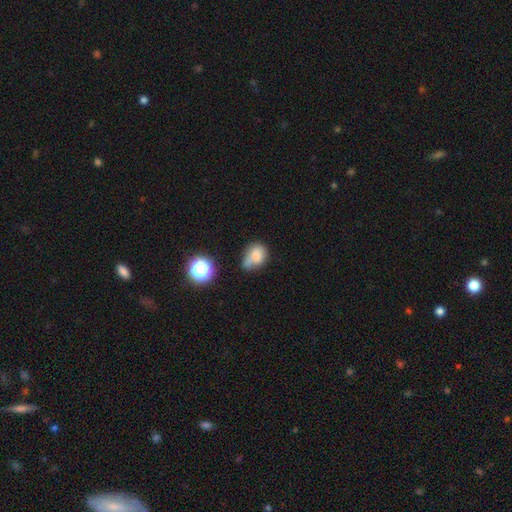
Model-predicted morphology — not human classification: This appears to be a smooth galaxy with no disk features (72%) that is in between round and cigar-shaped (58%). Merging: none (31%, tied with minor disturbance).